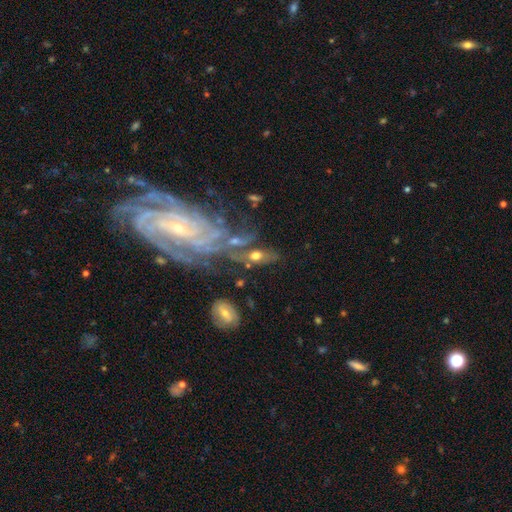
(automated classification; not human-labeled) Smooth or featured? Predicted: featured or disk (p=0.51). Edge-on disk? Predicted: no (p=0.86). Merging? Predicted: none (p=0.39).